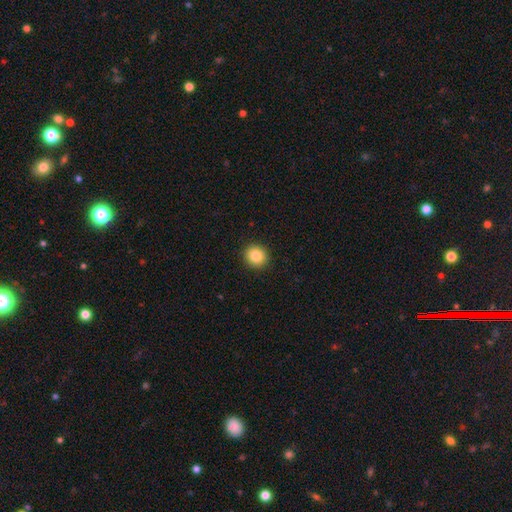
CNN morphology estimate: The model was most divided on "smooth or featured": smooth: 86%, star or artifact: 9%, featured or disk: 5%. More confident: merging — none (92%); how rounded — round (90%).